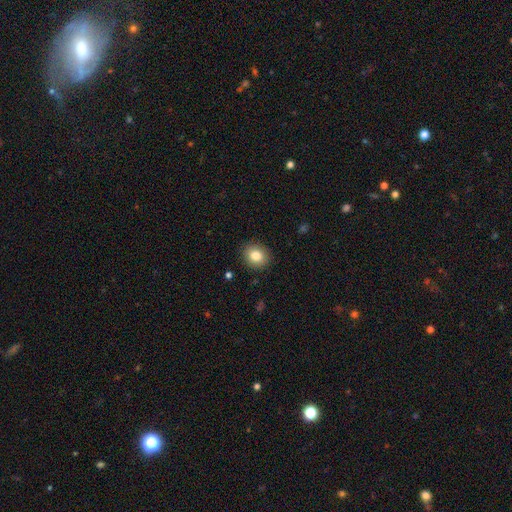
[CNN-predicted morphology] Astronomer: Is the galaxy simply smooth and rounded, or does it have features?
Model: smooth — 83%.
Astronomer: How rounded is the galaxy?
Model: round — 71%.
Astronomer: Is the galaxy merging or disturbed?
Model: none — 89%.